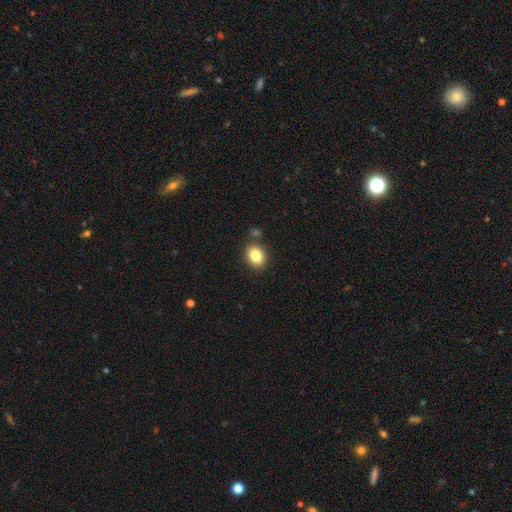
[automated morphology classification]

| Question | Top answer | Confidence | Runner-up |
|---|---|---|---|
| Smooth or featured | smooth | 84% | star or artifact (9%) |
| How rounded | in between | 57% | round (42%) |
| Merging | none | 80% | minor disturbance (10%) |